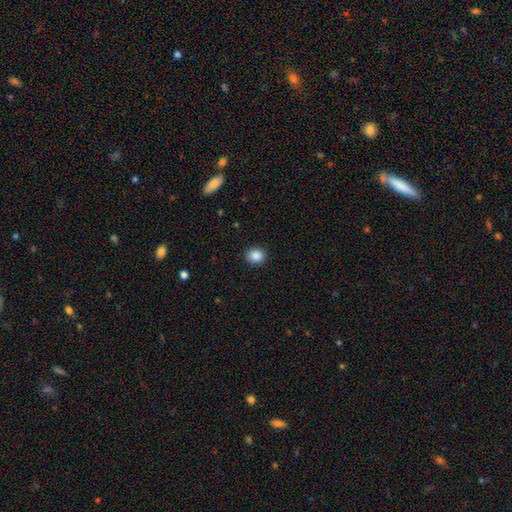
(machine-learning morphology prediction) This appears to be a smooth galaxy with no disk features (87%) that is round (76%). Merging: none (91%).